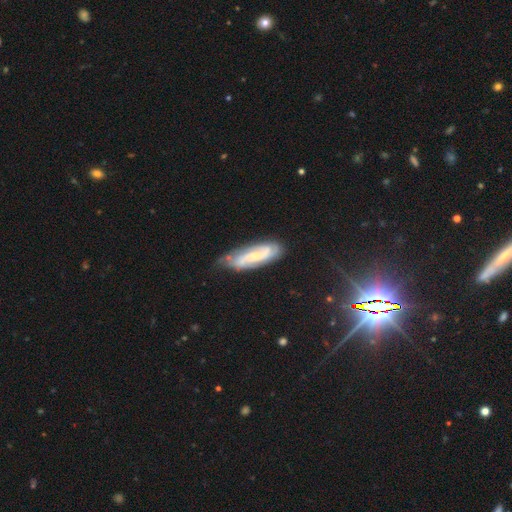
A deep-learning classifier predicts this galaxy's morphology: This is likely a featured or disk galaxy (72%). It is clearly not viewed edge-on (86%). Bar: possibly no (47%). Spiral arm pattern: clearly yes (91%). Spiral arm count: likely 2 (67%). Spiral winding: marginally medium (41%). Central bulge: likely small (65%). Merging: likely none (69%).